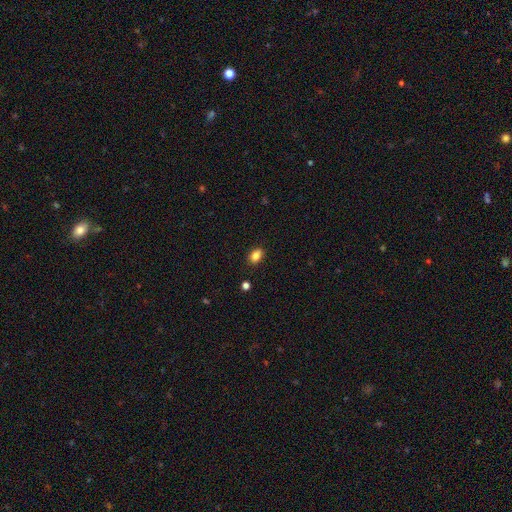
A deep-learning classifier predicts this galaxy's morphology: type=smooth (84%); roundness=in between (81%); merging=none (86%).